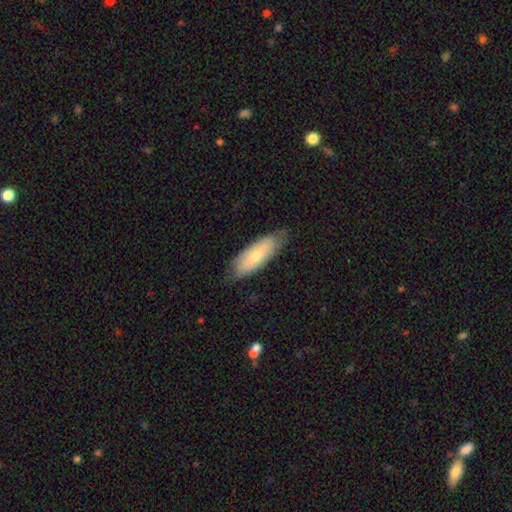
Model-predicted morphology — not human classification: smooth 66%, featured or disk 28%, star or artifact 6%. Down the decision tree: how rounded — in between (67%); merging — none (77%).